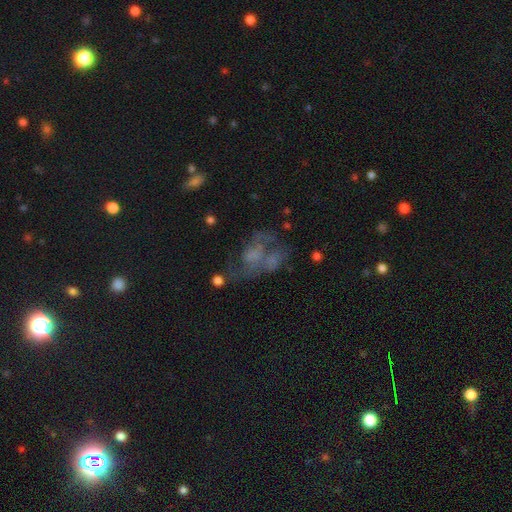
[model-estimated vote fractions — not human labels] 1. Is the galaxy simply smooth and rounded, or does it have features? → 55% featured or disk, 26% smooth, 19% star or artifact.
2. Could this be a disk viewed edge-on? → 96% no, 4% yes.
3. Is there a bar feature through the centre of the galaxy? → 78% no, 17% weak, 4% strong.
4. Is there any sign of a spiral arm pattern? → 58% no, 42% yes.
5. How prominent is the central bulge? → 57% none, 17% small, 17% moderate, 7% large, 2% dominant.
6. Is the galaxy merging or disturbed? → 34% none (tied), 34% major disturbance (tied), 17% minor disturbance, 15% merger.